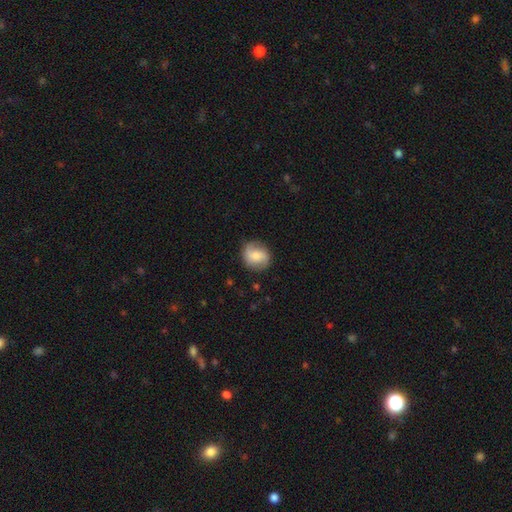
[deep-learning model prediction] Smooth or featured? smooth (56%)
How rounded? round (78%)
Merging? none (82%)